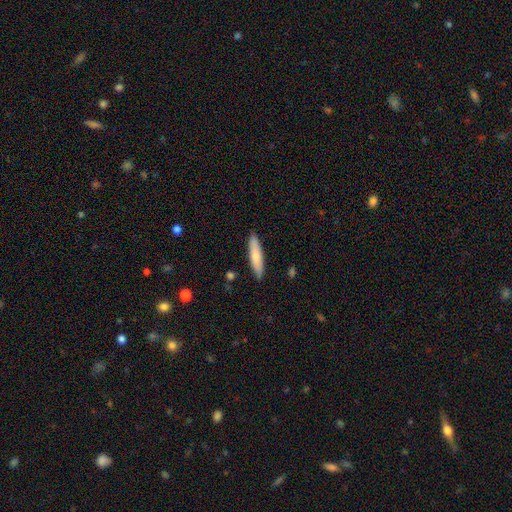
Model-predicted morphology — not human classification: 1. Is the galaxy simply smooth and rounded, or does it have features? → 76% smooth, 18% featured or disk, 5% star or artifact.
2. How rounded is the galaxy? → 81% cigar-shaped, 17% in between, 1% round.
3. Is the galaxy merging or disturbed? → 89% none, 9% minor disturbance, 2% major disturbance, 1% merger.